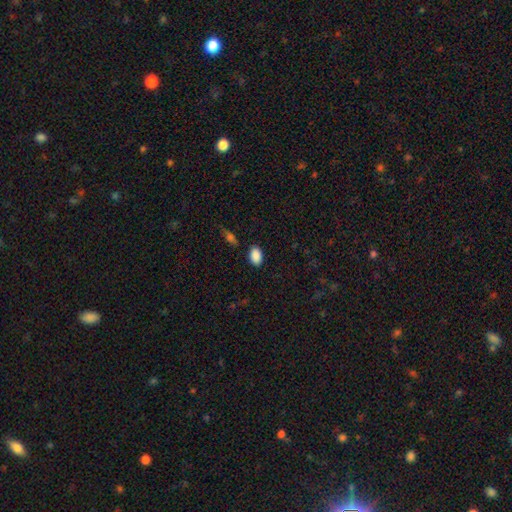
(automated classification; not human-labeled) A smooth galaxy with no disk features (88%) that is in between round and cigar-shaped (87%).

Vote fractions:
- Smooth or featured? smooth: 88% / star or artifact: 8% / featured or disk: 4%
- How rounded? in between: 87% / round: 11% / cigar-shaped: 1%
- Merging? none: 84% / minor disturbance: 11% / major disturbance: 3% / merger: 3%